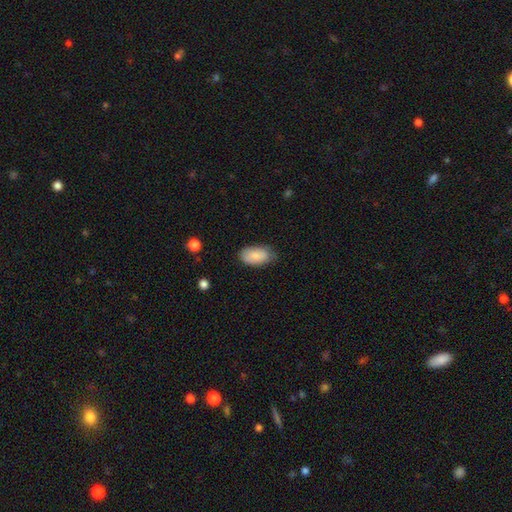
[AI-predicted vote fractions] Morphology: type=smooth (83%); roundness=in between (94%); merging=none (72%).